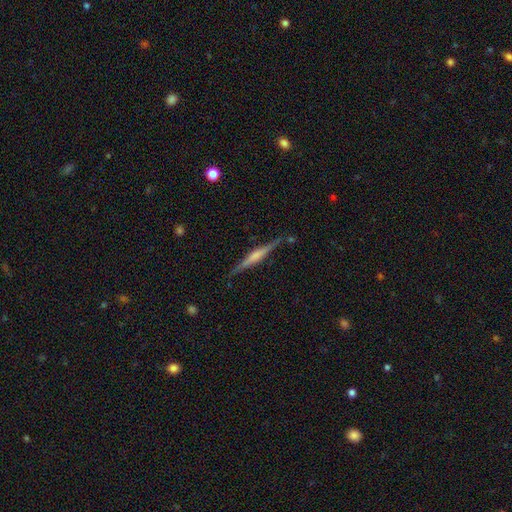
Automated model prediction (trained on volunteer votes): smooth_or_featured: featured or disk (p=0.69) [alt: smooth p=0.25]
disk_edge_on: yes (p=0.98) [alt: no p=0.02]
edge_on_bulge: rounded (p=0.53) [alt: boxy p=0.29]
merging: none (p=0.87) [alt: minor disturbance p=0.09]